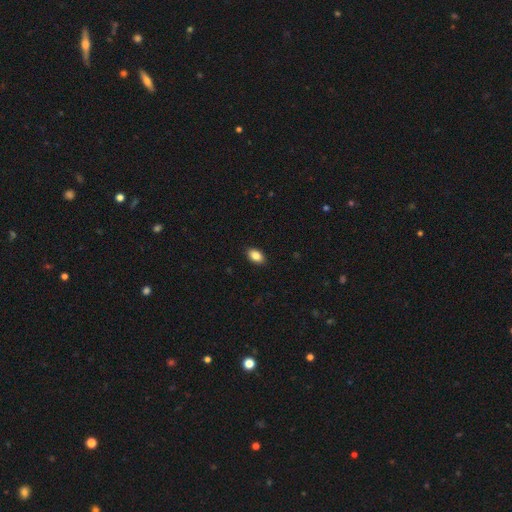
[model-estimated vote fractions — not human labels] smooth 86%, star or artifact 8%, featured or disk 6%. Down the decision tree: how rounded — in between (90%); merging — none (90%).